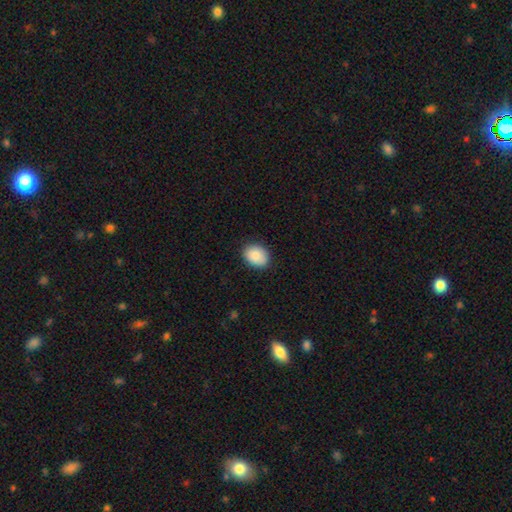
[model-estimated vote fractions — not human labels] This appears to be a smooth galaxy with no disk features (88%) that is in between round and cigar-shaped (66%). Merging: none (86%).